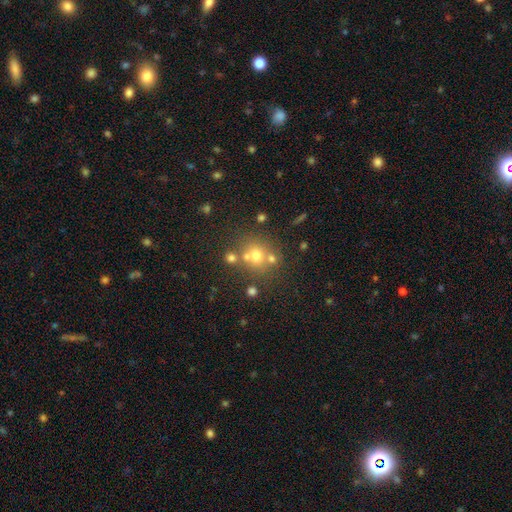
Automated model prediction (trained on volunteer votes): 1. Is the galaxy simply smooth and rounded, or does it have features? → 61% smooth, 21% star or artifact, 18% featured or disk.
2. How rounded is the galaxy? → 84% round, 15% in between, 1% cigar-shaped.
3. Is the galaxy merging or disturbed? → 59% none, 26% merger, 10% minor disturbance, 5% major disturbance.